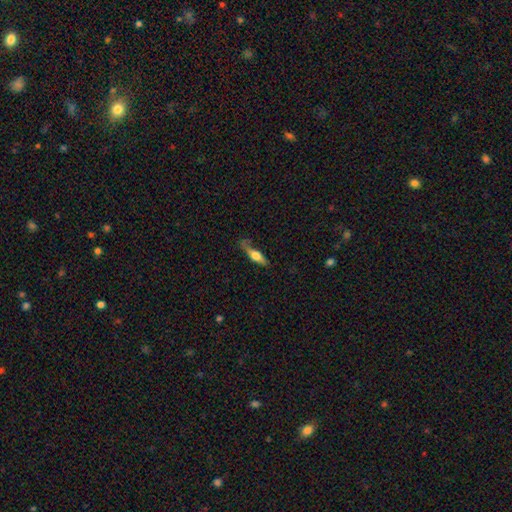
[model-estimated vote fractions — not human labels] Overall: smooth (53%; featured or disk 41%). How rounded: cigar-shaped (60%; in between 36%). Merging: none (53%; minor disturbance 29%).